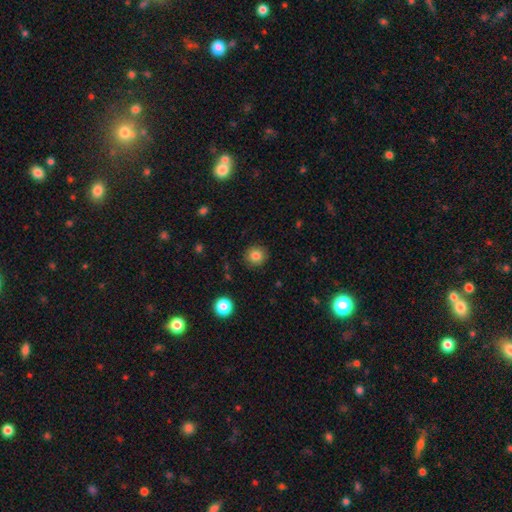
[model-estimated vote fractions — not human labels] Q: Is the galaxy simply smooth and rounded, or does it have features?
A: smooth — 83%.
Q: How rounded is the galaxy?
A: round — 92%.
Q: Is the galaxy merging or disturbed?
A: none — 91%.